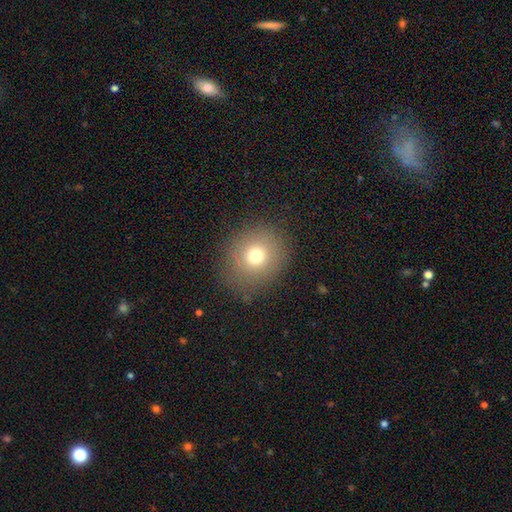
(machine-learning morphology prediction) Smooth or featured?
  - smooth: 72% *
  - star or artifact: 15%
  - featured or disk: 13%
How rounded?
  - round: 84% *
  - in between: 15%
  - cigar-shaped: 1%
Merging?
  - none: 83% *
  - minor disturbance: 11%
  - major disturbance: 5%
  - merger: 1%